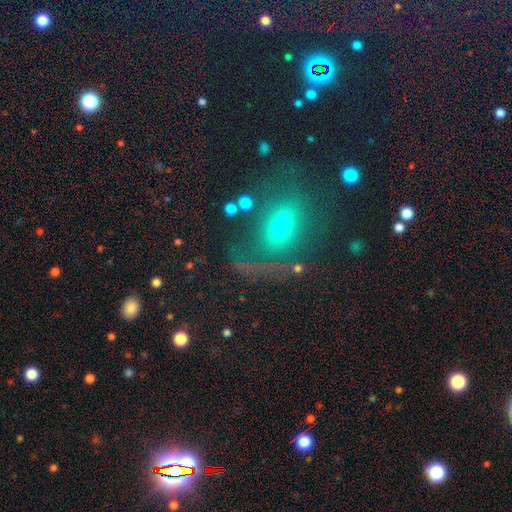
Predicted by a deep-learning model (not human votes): A star or artifact, not a galaxy (43%).

Vote fractions:
- Smooth or featured? star or artifact: 43% / smooth: 31% / featured or disk: 26%